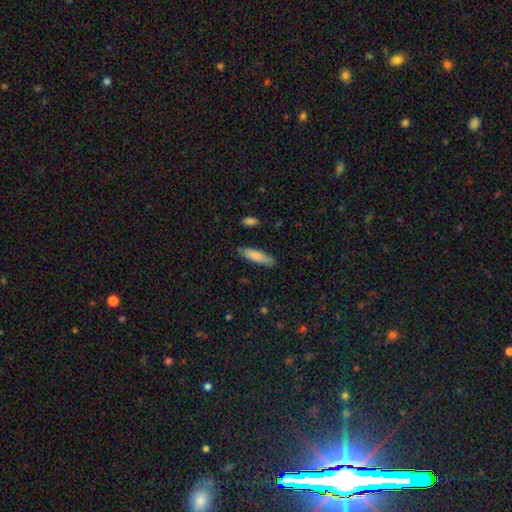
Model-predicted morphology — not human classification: Q: Smooth or featured?
A: smooth (82%); runner-up: featured or disk (12%)
Q: How rounded?
A: cigar-shaped (68%); runner-up: in between (31%)
Q: Merging?
A: none (85%); runner-up: minor disturbance (11%)